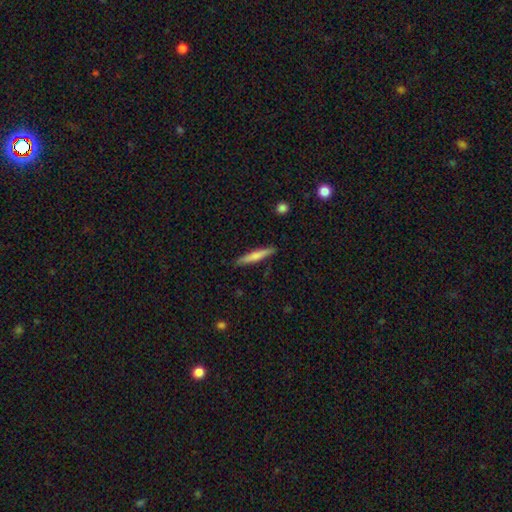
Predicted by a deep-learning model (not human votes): smooth_or_featured: smooth (p=0.69) [alt: featured or disk p=0.26]
how_rounded: cigar-shaped (p=0.94) [alt: in between p=0.05]
merging: none (p=0.88) [alt: minor disturbance p=0.09]